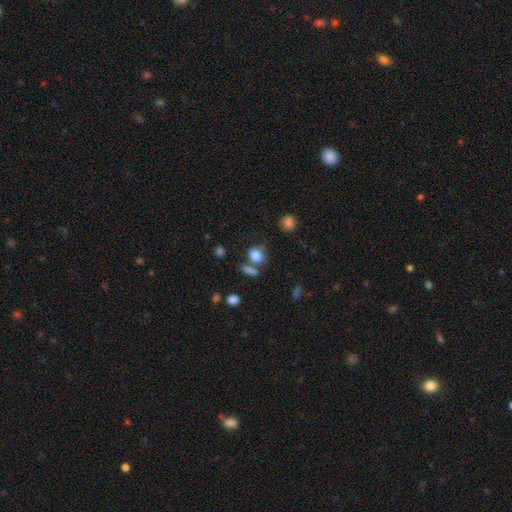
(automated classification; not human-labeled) Smooth or featured? smooth (82%)
How rounded? round (51%)
Merging? none (59%)